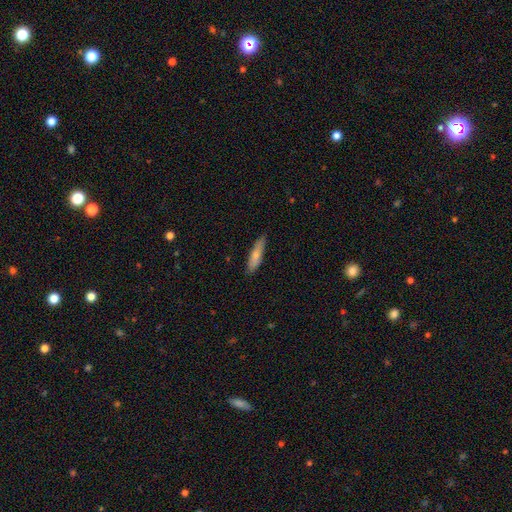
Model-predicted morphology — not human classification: Smooth or featured: smooth — 73% (featured or disk — 22%)
How rounded: cigar-shaped — 72% (in between — 26%)
Merging: none — 85% (minor disturbance — 12%)